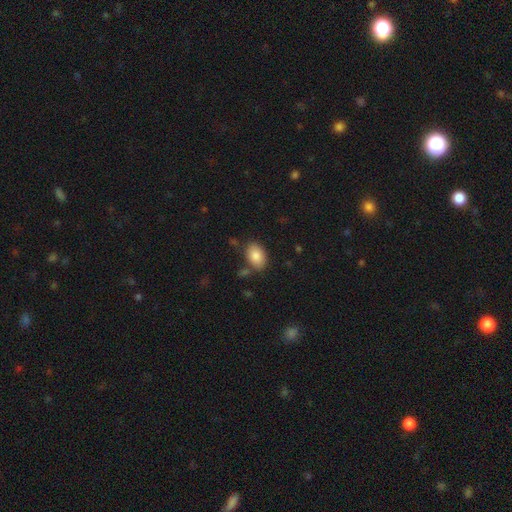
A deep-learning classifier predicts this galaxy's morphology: The model was most divided on "merging": none: 78%, minor disturbance: 13%, merger: 5%, major disturbance: 4%. More confident: how rounded — in between (88%); smooth or featured — smooth (86%).